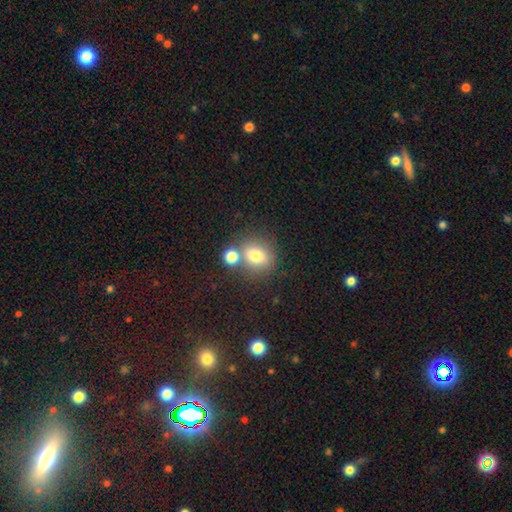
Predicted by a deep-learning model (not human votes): Smooth or featured: smooth — 76% (featured or disk — 12%)
How rounded: round — 61% (in between — 38%)
Merging: none — 57% (merger — 28%)